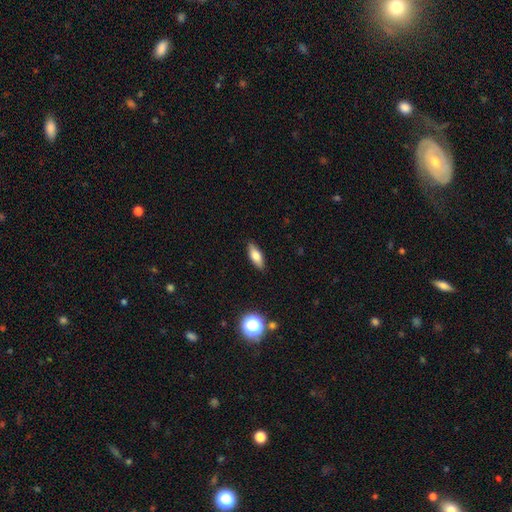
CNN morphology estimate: This is likely a smooth galaxy (72%). How rounded: likely in between (68%). Merging: clearly none (88%).